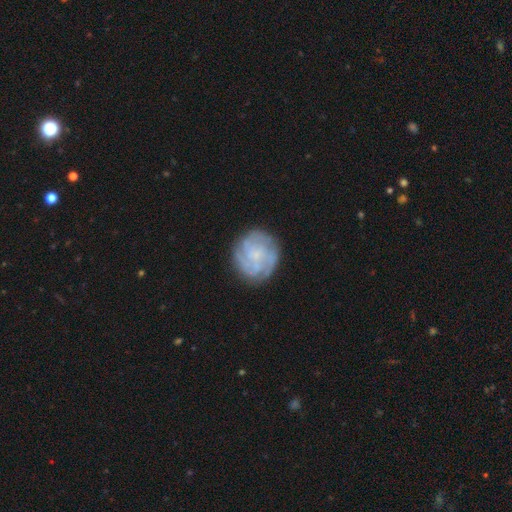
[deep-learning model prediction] This is likely a featured or disk galaxy (64%). It is clearly not viewed edge-on (98%). Bar: likely no (76%). Spiral arm pattern: clearly yes (84%). Spiral arm count: marginally can't tell (39%). Spiral winding: possibly tight (57%). Central bulge: possibly small (50%). Merging: likely none (79%).